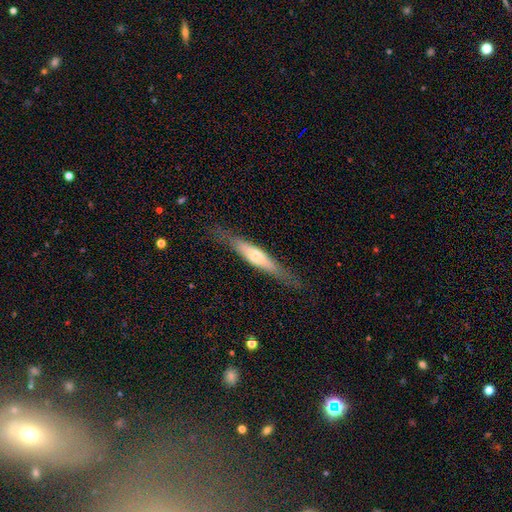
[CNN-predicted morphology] A featured or disk galaxy (50%) viewed edge-on (89%).

Vote fractions:
- Smooth or featured? featured or disk: 50% / smooth: 44% / star or artifact: 6%
- Edge-on disk? yes: 89% / no: 11%
- Merging? none: 79% / minor disturbance: 15% / major disturbance: 5% / merger: 1%